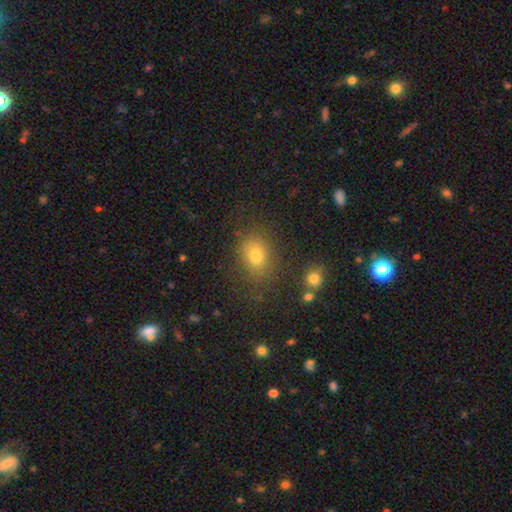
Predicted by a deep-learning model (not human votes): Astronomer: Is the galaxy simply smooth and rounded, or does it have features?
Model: smooth — 76%.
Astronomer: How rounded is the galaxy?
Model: in between — 54% (runner-up: round, 45%).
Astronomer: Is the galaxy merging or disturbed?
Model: none — 74%.